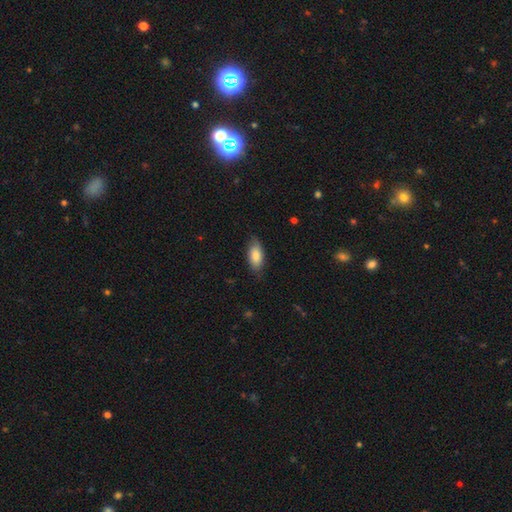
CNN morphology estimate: smooth 83%, featured or disk 11%, star or artifact 6%. Down the decision tree: how rounded — in between (88%); merging — none (79%).